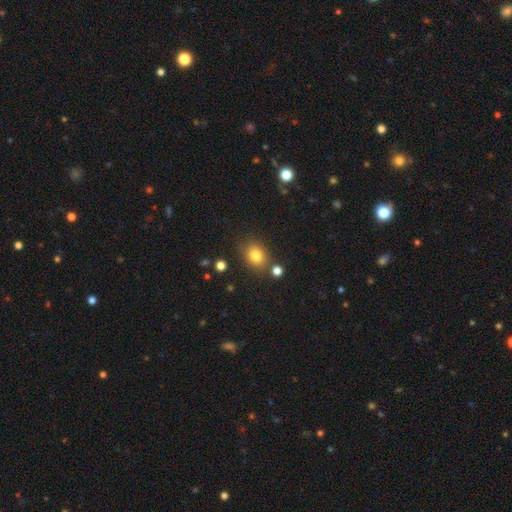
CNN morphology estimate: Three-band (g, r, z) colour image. It shows a smooth galaxy with no disk features (81%) that is in between round and cigar-shaped (51%). Merging: none (77%).